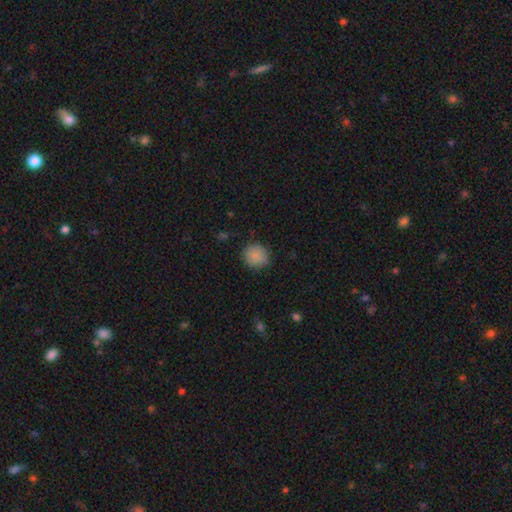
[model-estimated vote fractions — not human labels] smooth_or_featured: smooth (p=0.87) [alt: star or artifact p=0.09]
how_rounded: round (p=0.84) [alt: in between p=0.15]
merging: none (p=0.84) [alt: minor disturbance p=0.12]